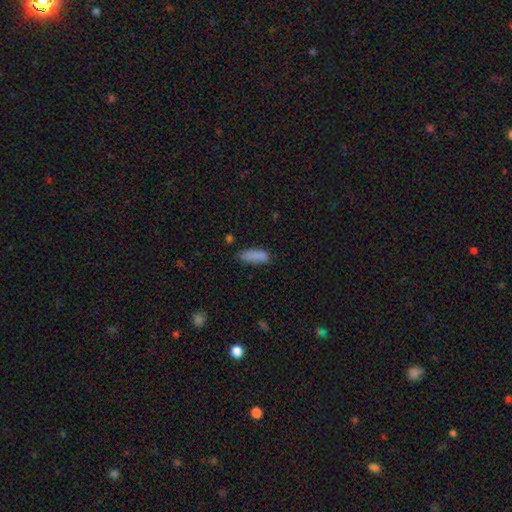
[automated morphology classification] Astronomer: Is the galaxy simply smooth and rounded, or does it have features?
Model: smooth — 86%.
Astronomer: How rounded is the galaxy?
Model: in between — 59% (runner-up: cigar-shaped, 39%).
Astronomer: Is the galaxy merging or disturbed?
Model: none — 70%.